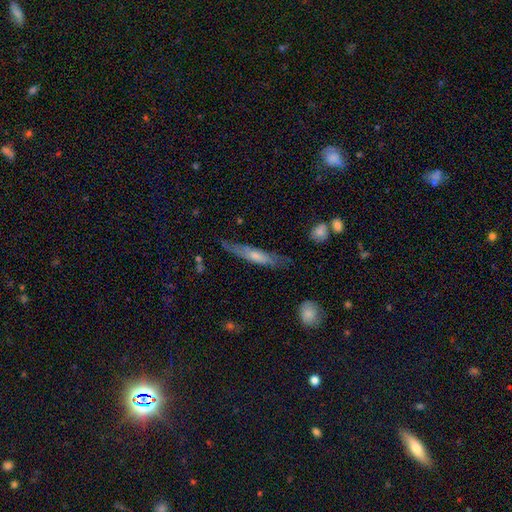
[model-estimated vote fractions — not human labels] This appears to be a featured or disk galaxy (48%). Merging: none (71%).